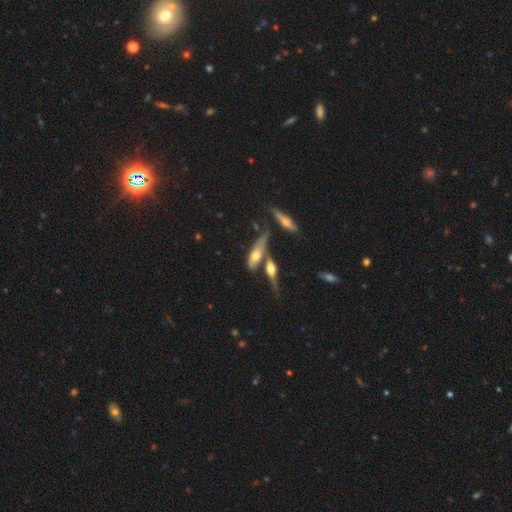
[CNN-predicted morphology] Smooth or featured? Predicted: smooth (p=0.49). Merging? Predicted: merger (p=0.40).